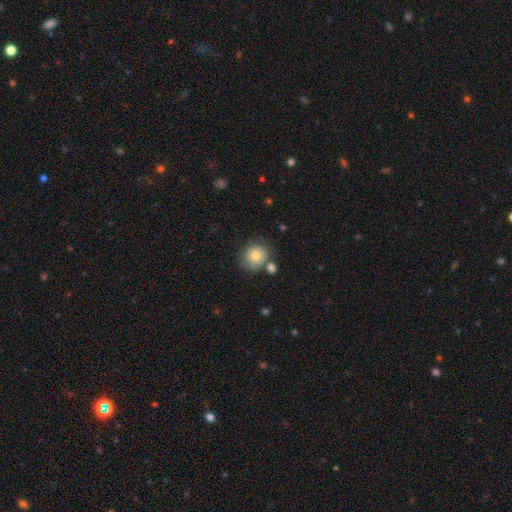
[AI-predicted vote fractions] Smooth or featured? smooth (78%)
How rounded? round (84%)
Merging? none (67%)